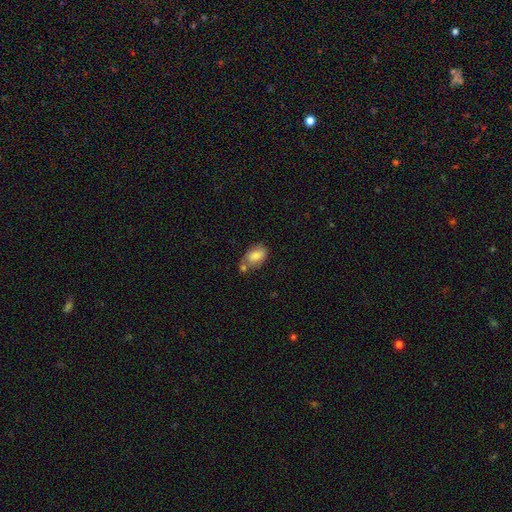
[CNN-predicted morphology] This is clearly a smooth galaxy (83%). How rounded: clearly in between (90%). Merging: possibly none (47%).